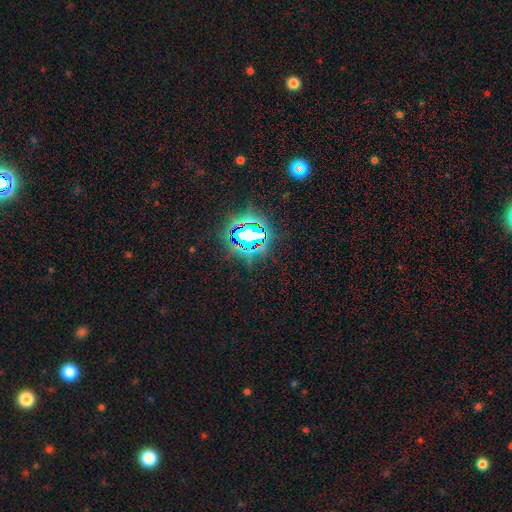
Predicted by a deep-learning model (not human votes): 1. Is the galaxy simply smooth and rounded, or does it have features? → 84% star or artifact, 10% smooth, 7% featured or disk.